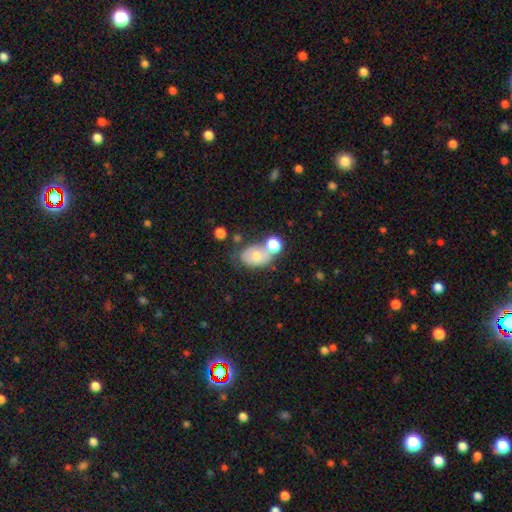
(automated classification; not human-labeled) The model was most divided on "merging": none: 39%, merger: 32%, minor disturbance: 19%, major disturbance: 10%. More confident: how rounded — in between (74%); smooth or featured — smooth (58%).